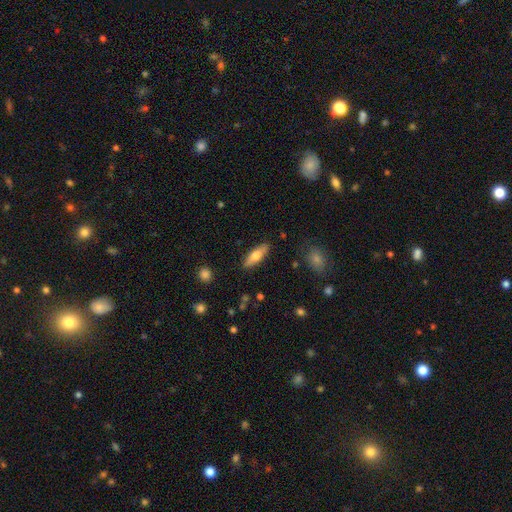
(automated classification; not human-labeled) smooth 59%, featured or disk 35%, star or artifact 6%. Down the decision tree: how rounded — in between (52%); merging — none (87%).